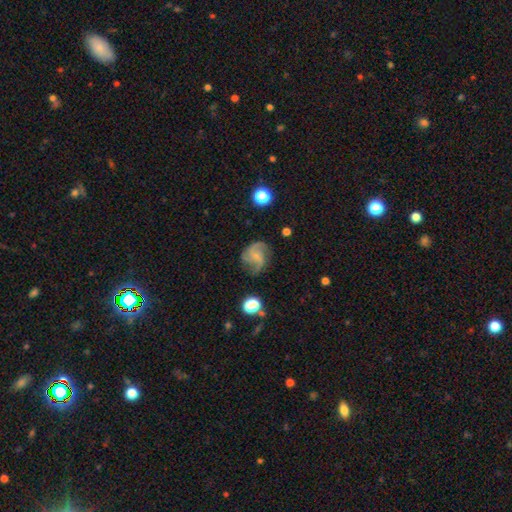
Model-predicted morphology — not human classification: Smooth or featured? Predicted: featured or disk (p=0.75). Edge-on disk? Predicted: no (p=0.98). Bar? Predicted: no (p=0.55). Spiral arms? Predicted: yes (p=0.94). Spiral winding? Predicted: medium (p=0.44). Spiral arm count? Predicted: 2 (p=0.39). Bulge size? Predicted: small (p=0.54). Merging? Predicted: none (p=0.64).